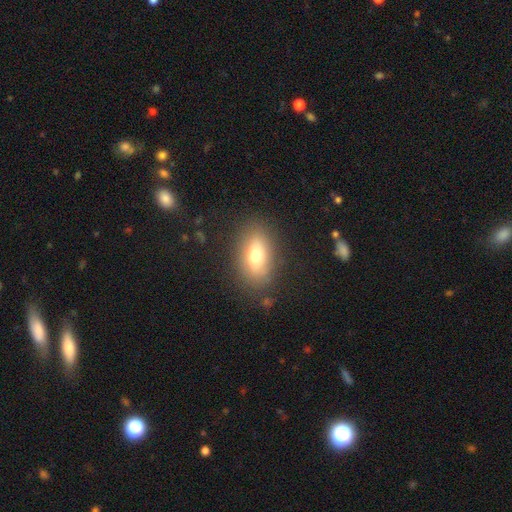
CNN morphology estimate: smooth 69%, featured or disk 22%, star or artifact 9%. Down the decision tree: how rounded — in between (85%); merging — none (82%).